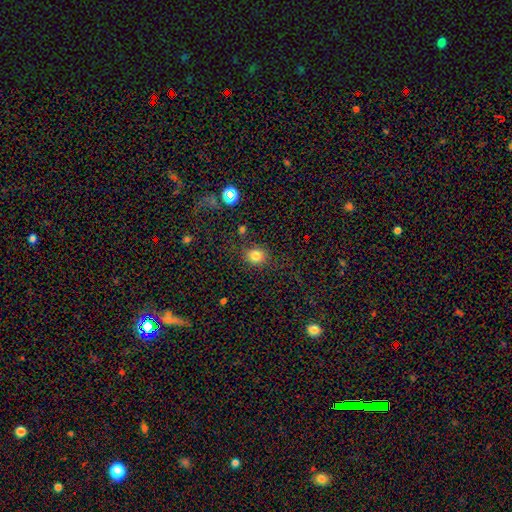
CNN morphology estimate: smooth-or-featured: smooth: 81% | star or artifact: 13% | featured or disk: 6%
  how-rounded: round: 78% | in between: 21% | cigar-shaped: 1%
  merging: none: 82% | minor disturbance: 11% | major disturbance: 4% | merger: 3%